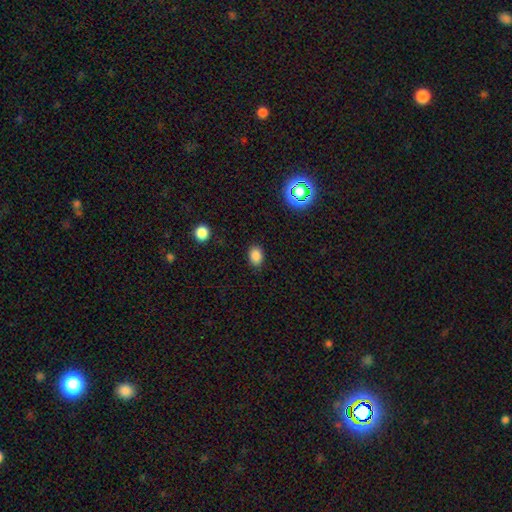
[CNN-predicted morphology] Overall: smooth (84%). How rounded: in between (75%). Merging: none (86%).